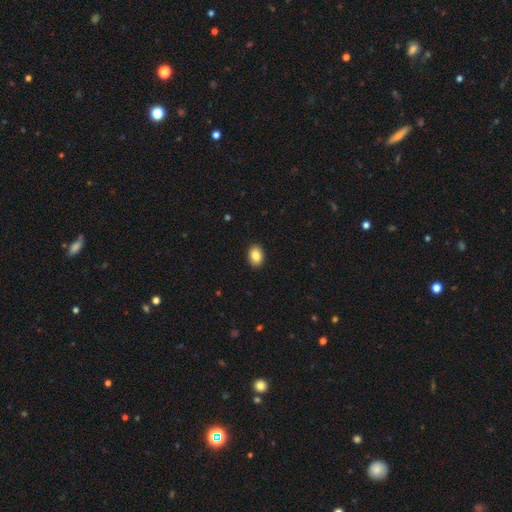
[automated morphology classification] Q: Smooth or featured?
A: smooth (86%); runner-up: star or artifact (8%)
Q: How rounded?
A: in between (75%); runner-up: round (24%)
Q: Merging?
A: none (91%); runner-up: minor disturbance (6%)